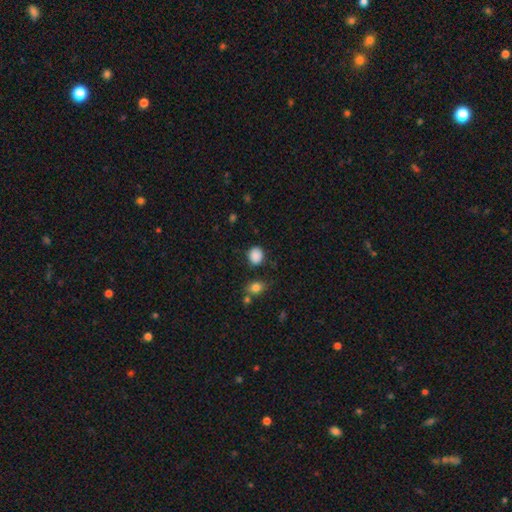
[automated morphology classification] Smooth or featured: smooth — 87% (star or artifact — 9%)
How rounded: round — 70% (in between — 29%)
Merging: none — 79% (minor disturbance — 14%)